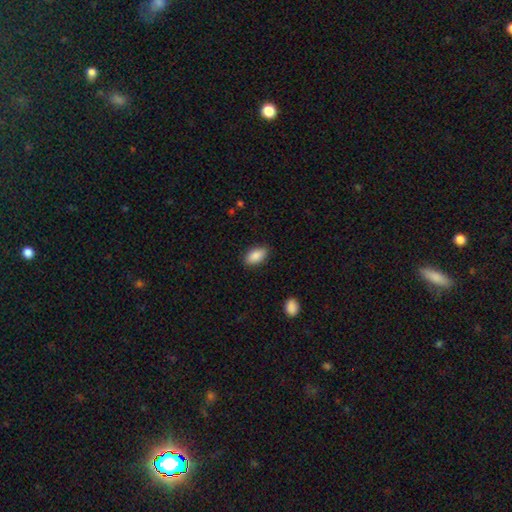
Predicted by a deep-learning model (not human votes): Smooth or featured? smooth (89%)
How rounded? in between (93%)
Merging? none (86%)